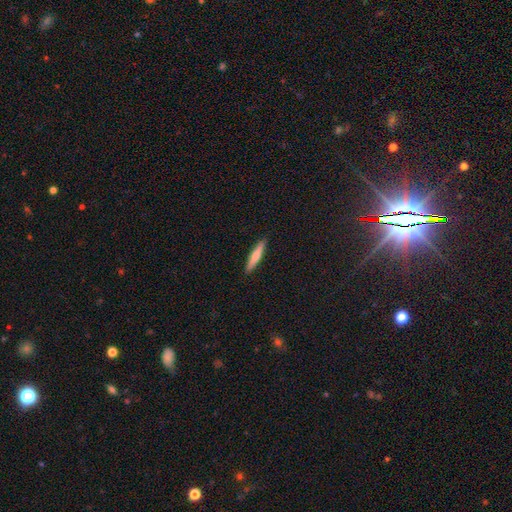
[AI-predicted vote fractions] Morphology: type=smooth (63%); roundness=cigar-shaped (91%); merging=none (91%).